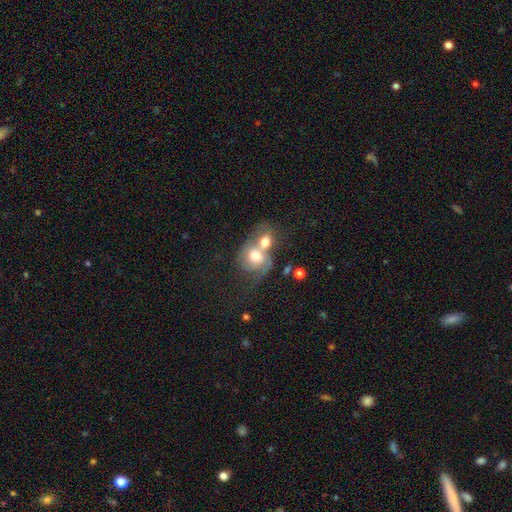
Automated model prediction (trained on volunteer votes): Smooth or featured? smooth (55%)
How rounded? round (63%)
Merging? merger (76%)